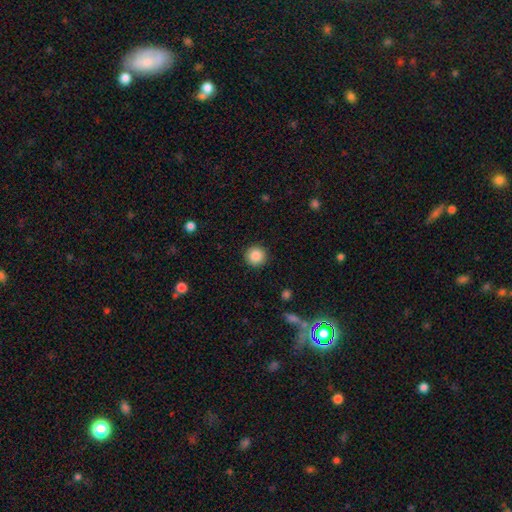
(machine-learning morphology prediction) smooth_or_featured: smooth (p=0.87) [alt: star or artifact p=0.09]
how_rounded: round (p=0.95) [alt: in between p=0.04]
merging: none (p=0.92) [alt: minor disturbance p=0.05]